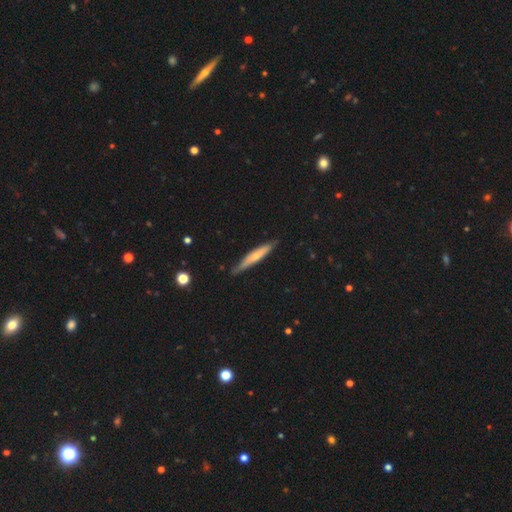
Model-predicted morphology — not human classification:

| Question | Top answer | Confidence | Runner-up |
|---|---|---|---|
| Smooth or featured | smooth | 51% | featured or disk (44%) |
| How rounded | cigar-shaped | 92% | in between (7%) |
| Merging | none | 79% | minor disturbance (17%) |